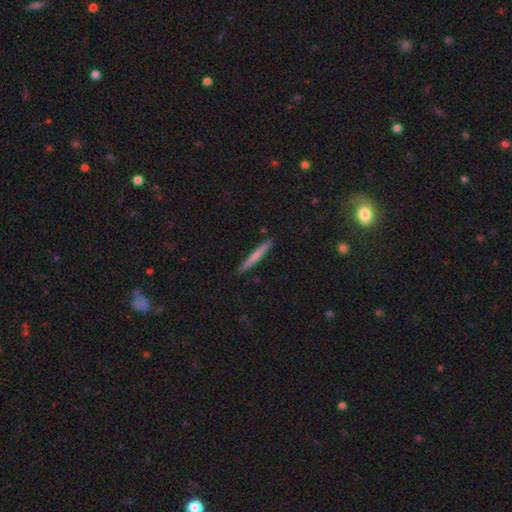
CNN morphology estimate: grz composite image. It shows a smooth galaxy with no disk features (64%) that is cigar-shaped (96%). Merging: none (91%).